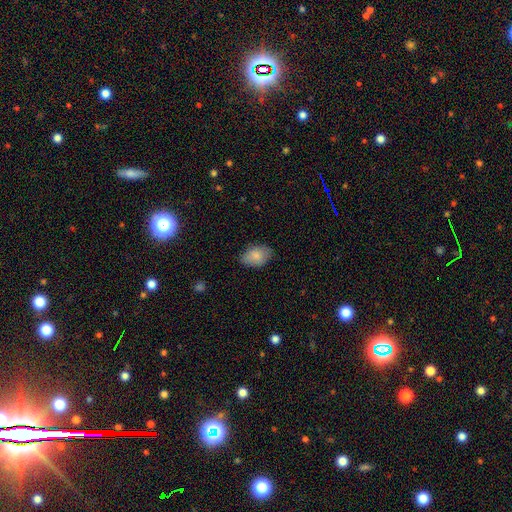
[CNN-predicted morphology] Overall: smooth (84%). How rounded: in between (88%). Merging: none (77%).